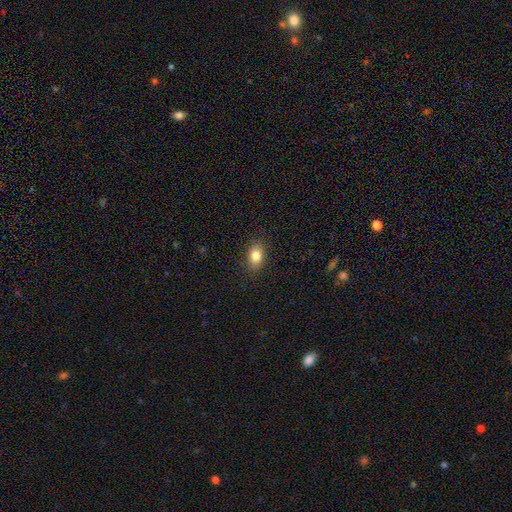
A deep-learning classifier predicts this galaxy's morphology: Smooth or featured? Predicted: smooth (p=0.83). How rounded? Predicted: in between (p=0.82). Merging? Predicted: none (p=0.88).